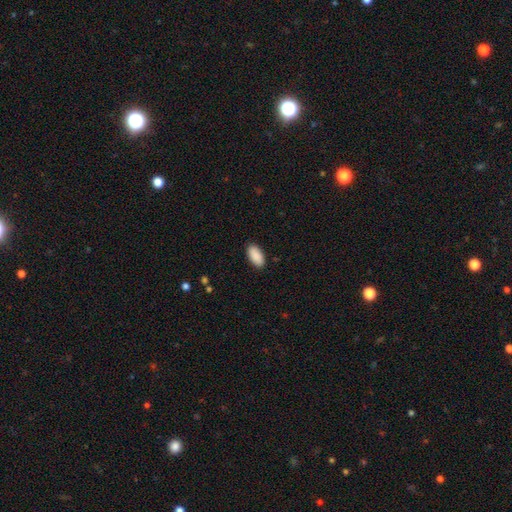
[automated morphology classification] Smooth or featured? Predicted: smooth (p=0.91). How rounded? Predicted: in between (p=0.94). Merging? Predicted: none (p=0.90).